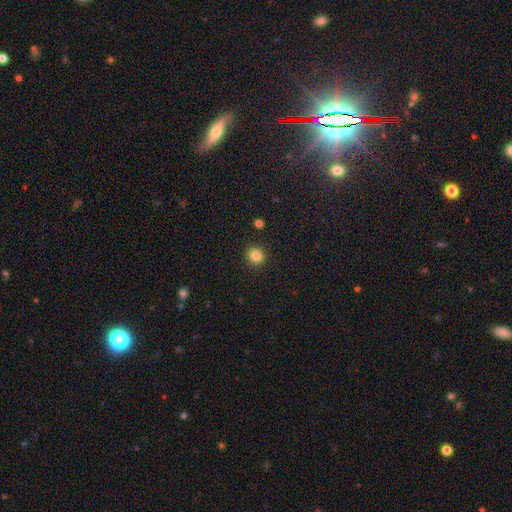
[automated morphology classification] type=smooth (83%); roundness=round (89%); merging=none (92%).